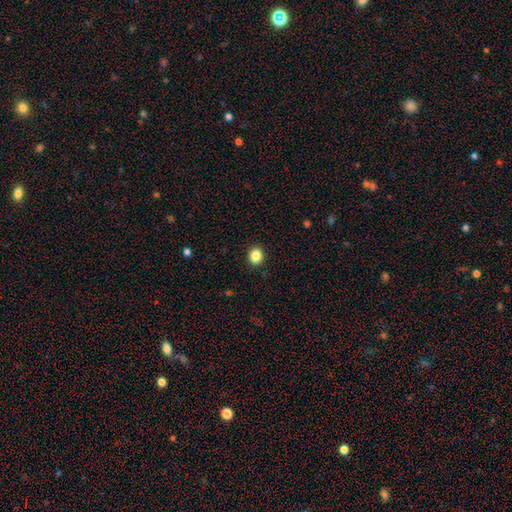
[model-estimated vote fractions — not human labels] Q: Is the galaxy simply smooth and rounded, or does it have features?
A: smooth — 86%.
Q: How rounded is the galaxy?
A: round — 68%.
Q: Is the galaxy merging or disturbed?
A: none — 92%.